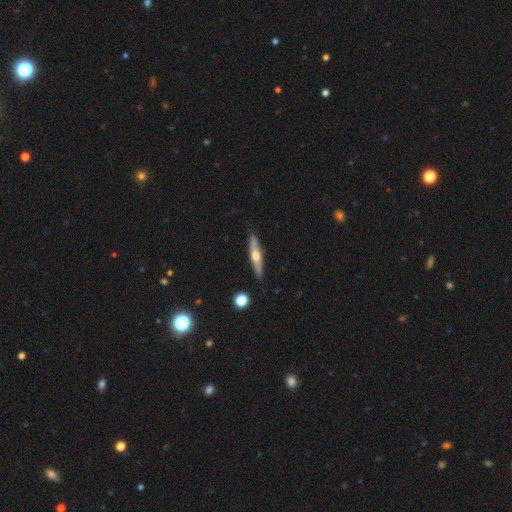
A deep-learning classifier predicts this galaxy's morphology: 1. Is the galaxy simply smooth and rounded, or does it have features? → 56% featured or disk, 38% smooth, 6% star or artifact.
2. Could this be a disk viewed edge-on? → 92% yes, 8% no.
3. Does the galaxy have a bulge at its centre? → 91% rounded, 6% none, 3% boxy.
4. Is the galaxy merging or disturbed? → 89% none, 8% minor disturbance, 2% merger, 2% major disturbance.